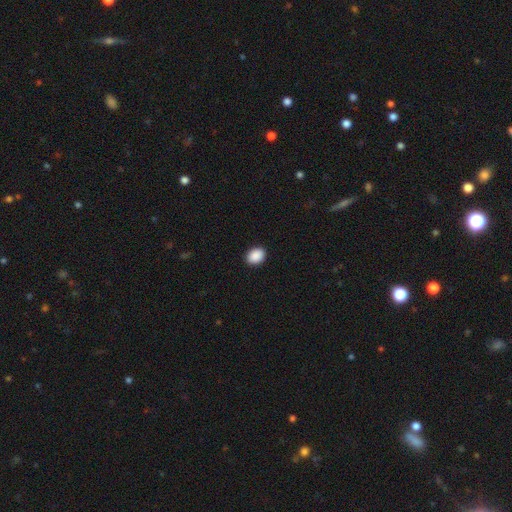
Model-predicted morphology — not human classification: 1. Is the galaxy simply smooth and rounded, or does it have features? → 90% smooth, 7% star or artifact, 2% featured or disk.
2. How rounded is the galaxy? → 60% in between, 39% round, 1% cigar-shaped.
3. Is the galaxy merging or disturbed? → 92% none, 6% minor disturbance, 2% major disturbance, 1% merger.